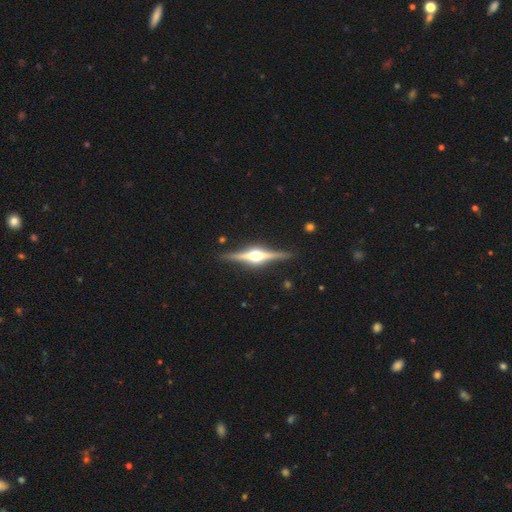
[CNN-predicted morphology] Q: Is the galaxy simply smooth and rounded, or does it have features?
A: featured or disk — 87%.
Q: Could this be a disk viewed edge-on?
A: yes — 98%.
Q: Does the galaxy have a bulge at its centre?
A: rounded — 95%.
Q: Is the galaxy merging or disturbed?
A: none — 90%.